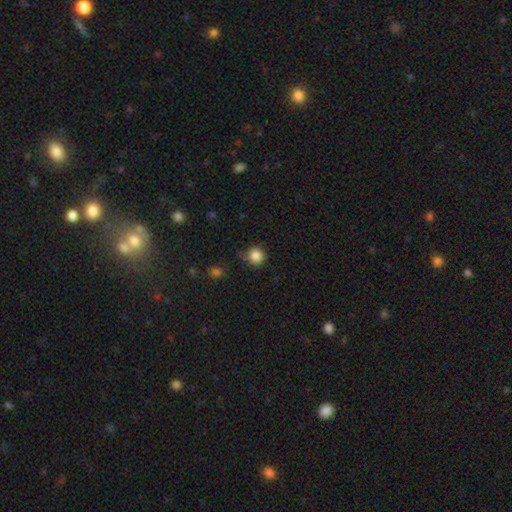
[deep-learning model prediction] This appears to be a smooth galaxy with no disk features (85%) that is round (93%). Merging: none (73%).